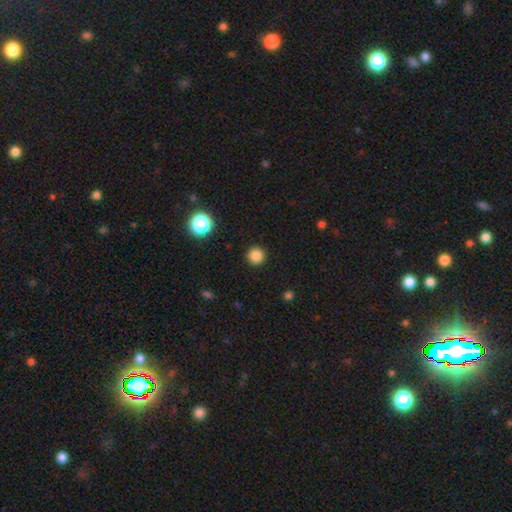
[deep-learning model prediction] Smooth or featured? smooth (84%)
How rounded? round (96%)
Merging? none (92%)